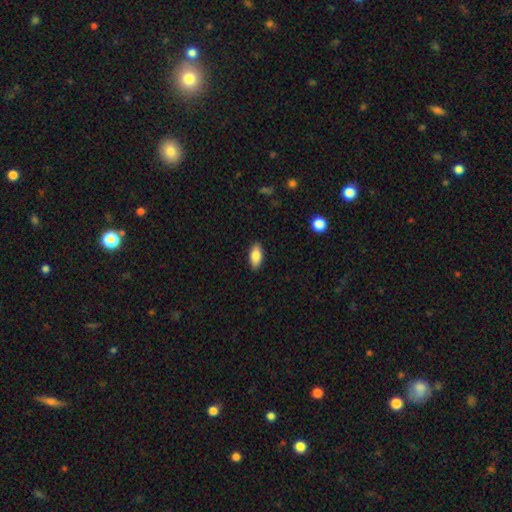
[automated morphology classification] Smooth or featured? Predicted: smooth (p=0.83). How rounded? Predicted: in between (p=0.88). Merging? Predicted: none (p=0.88).